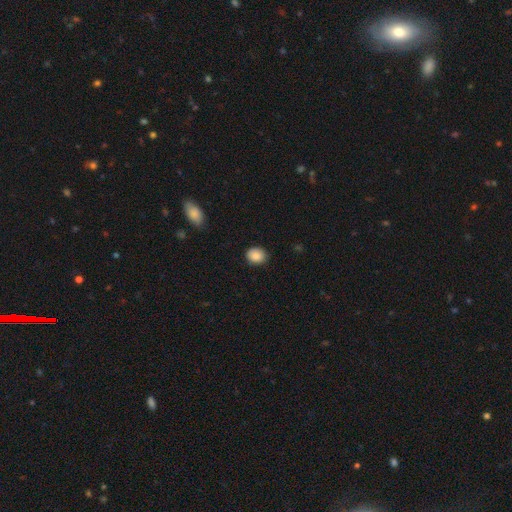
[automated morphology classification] Smooth or featured?
  - smooth: 87% *
  - star or artifact: 8%
  - featured or disk: 5%
How rounded?
  - round: 50% *
  - in between: 49%
  - cigar-shaped: 1%
Merging?
  - none: 84% *
  - minor disturbance: 12%
  - major disturbance: 2%
  - merger: 1%